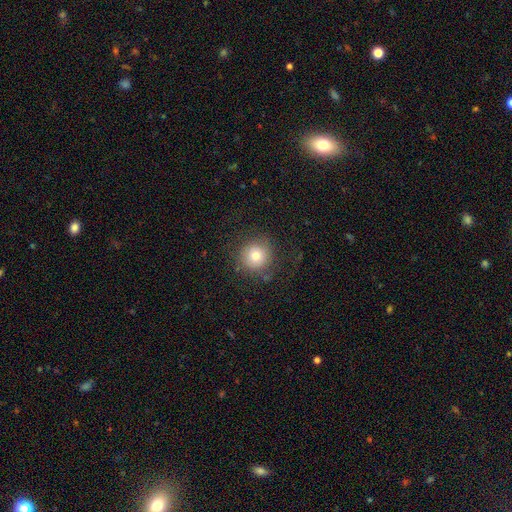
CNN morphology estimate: smooth_or_featured: smooth (p=0.75) [alt: featured or disk p=0.14]
how_rounded: round (p=0.93) [alt: in between p=0.07]
merging: none (p=0.77) [alt: minor disturbance p=0.13]